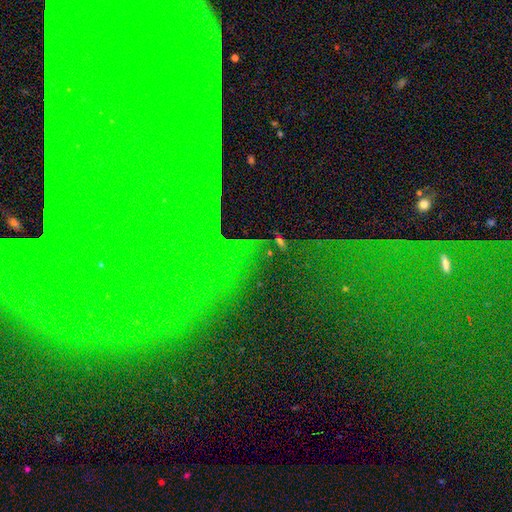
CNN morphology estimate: type=star or artifact (73%).